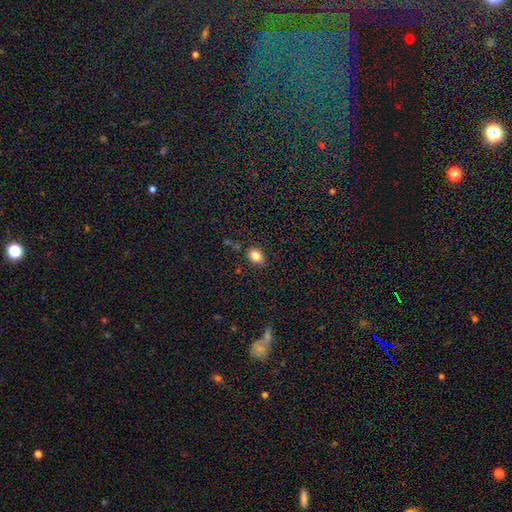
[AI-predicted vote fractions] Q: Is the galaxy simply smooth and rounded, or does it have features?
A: smooth — 84%.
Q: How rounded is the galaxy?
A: in between — 68%.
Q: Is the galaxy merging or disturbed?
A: none — 83%.